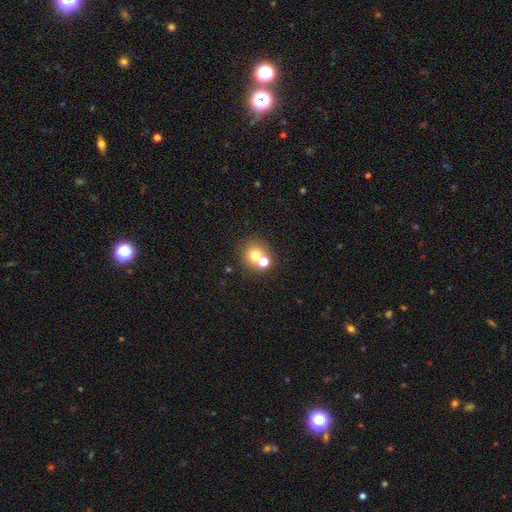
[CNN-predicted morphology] A smooth galaxy with no disk features (70%) that is round (85%).

Vote fractions:
- Smooth or featured? smooth: 70% / star or artifact: 16% / featured or disk: 15%
- How rounded? round: 85% / in between: 14% / cigar-shaped: 1%
- Merging? none: 54% / merger: 35% / minor disturbance: 7% / major disturbance: 3%